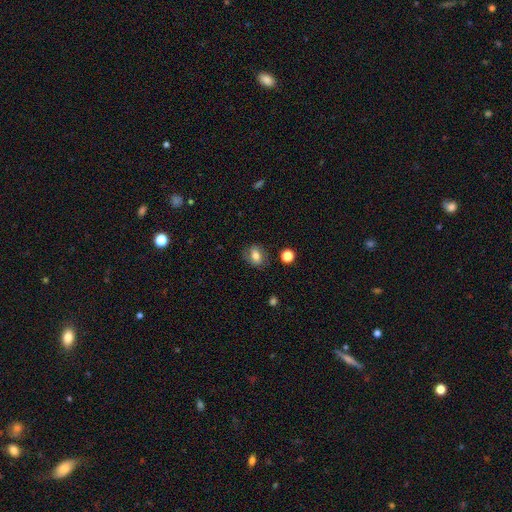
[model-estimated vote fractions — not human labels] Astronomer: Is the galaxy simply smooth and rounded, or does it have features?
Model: smooth — 68%.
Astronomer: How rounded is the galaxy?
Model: in between — 71%.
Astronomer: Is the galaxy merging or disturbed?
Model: none — 74%.